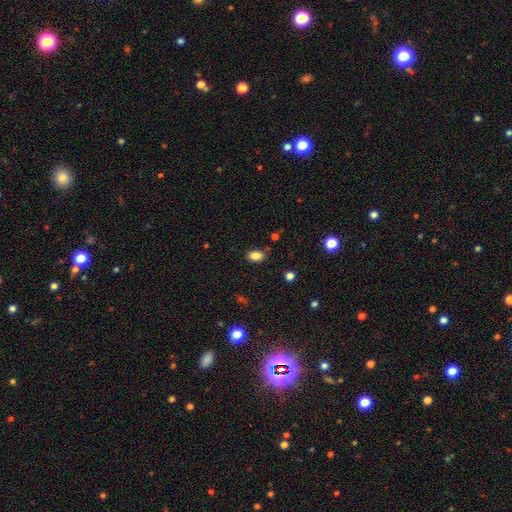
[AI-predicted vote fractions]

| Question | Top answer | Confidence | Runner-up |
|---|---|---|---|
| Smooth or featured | smooth | 85% | star or artifact (10%) |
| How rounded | in between | 82% | round (16%) |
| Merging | none | 82% | minor disturbance (12%) |